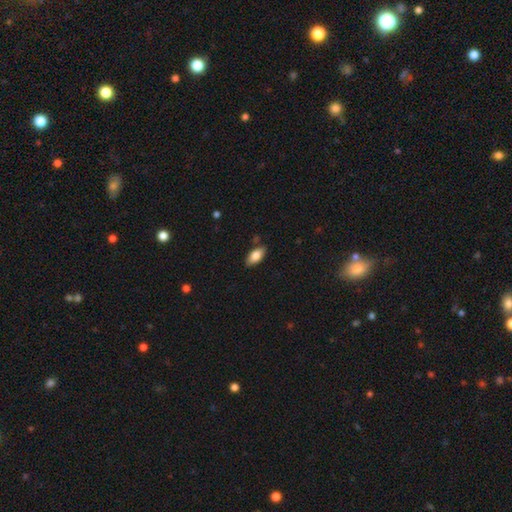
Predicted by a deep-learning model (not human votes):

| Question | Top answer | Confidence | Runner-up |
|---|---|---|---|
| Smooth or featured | smooth | 81% | featured or disk (13%) |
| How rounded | in between | 88% | cigar-shaped (9%) |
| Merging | none | 84% | minor disturbance (12%) |